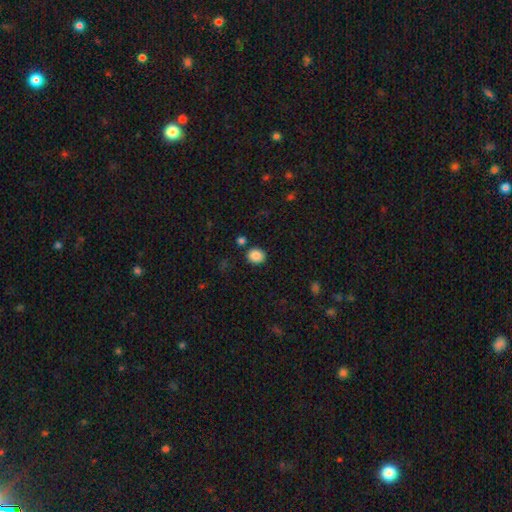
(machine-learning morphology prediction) smooth_or_featured: smooth (p=0.86) [alt: star or artifact p=0.09]
how_rounded: round (p=0.71) [alt: in between p=0.28]
merging: none (p=0.84) [alt: minor disturbance p=0.09]